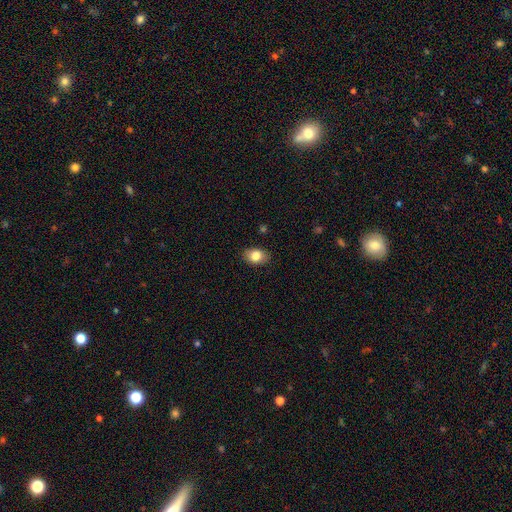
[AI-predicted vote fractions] Smooth or featured? smooth (84%)
How rounded? in between (77%)
Merging? none (86%)